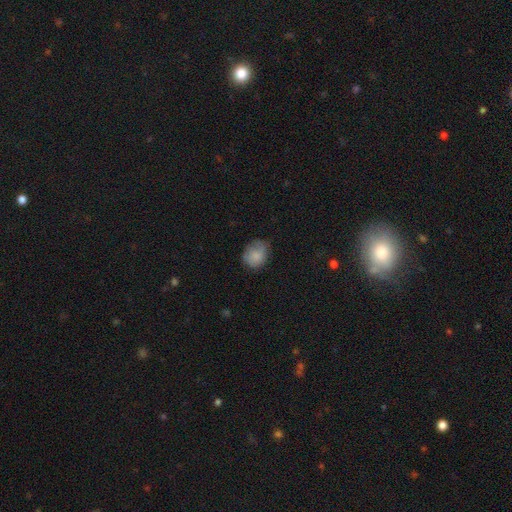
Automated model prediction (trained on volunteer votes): Smooth or featured: smooth — 81% (featured or disk — 11%)
How rounded: round — 56% (in between — 43%)
Merging: none — 60% (minor disturbance — 29%)